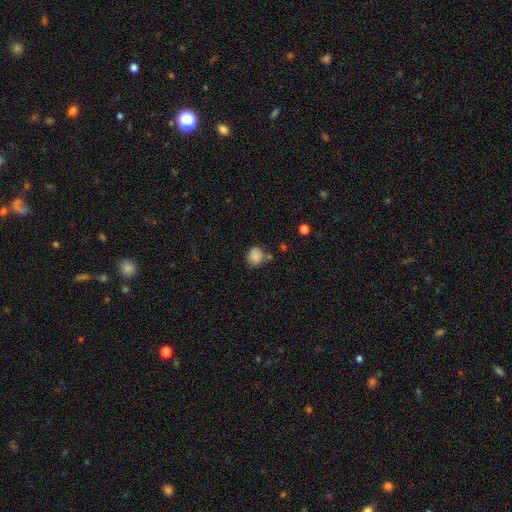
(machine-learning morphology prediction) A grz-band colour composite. It shows a smooth galaxy with no disk features (85%) that is round (67%). Merging: none (65%).